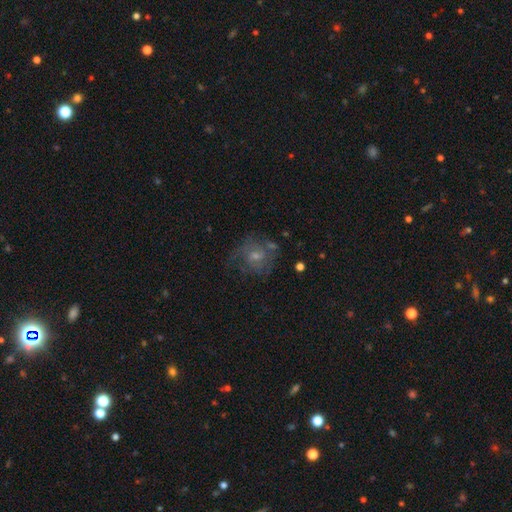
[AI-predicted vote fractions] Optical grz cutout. It shows a featured or disk galaxy (55%) with no bar (72%), spiral arms (73%) and a small central bulge (48%). Merging: none (61%).